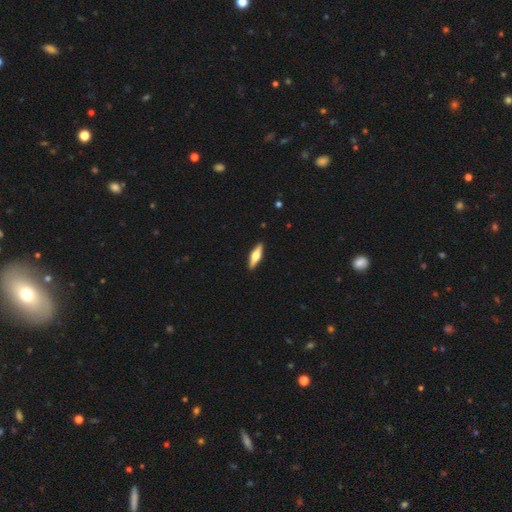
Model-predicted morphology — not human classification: featured or disk 51%, smooth 44%, star or artifact 5%. Down the decision tree: edge-on disk — yes (95%); merging — none (91%).